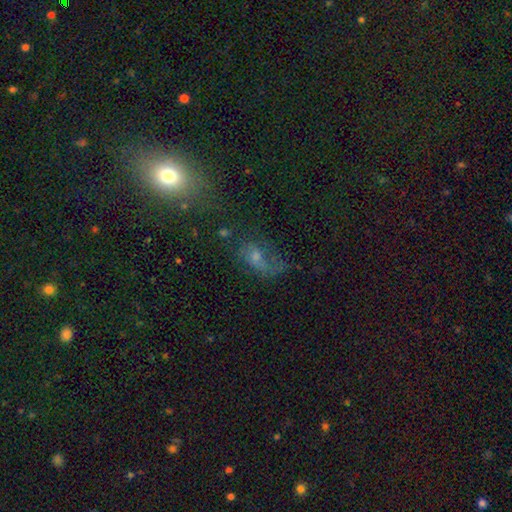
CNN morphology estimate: A featured or disk galaxy (39%).

Vote fractions:
- Smooth or featured? featured or disk: 39% / smooth: 37% / star or artifact: 24%
- Merging? none: 41% / major disturbance: 32% / minor disturbance: 21% / merger: 6%